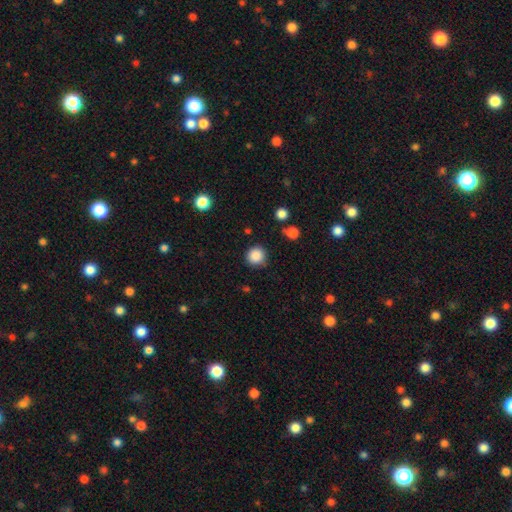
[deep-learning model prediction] Smooth or featured? Predicted: smooth (p=0.86). How rounded? Predicted: round (p=0.93). Merging? Predicted: none (p=0.84).